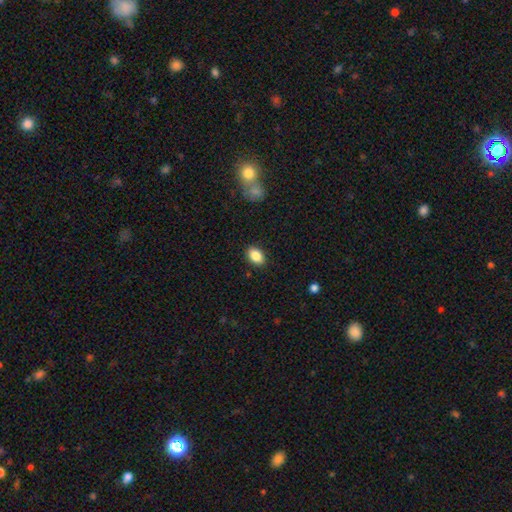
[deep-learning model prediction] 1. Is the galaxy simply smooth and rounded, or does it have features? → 86% smooth, 8% star or artifact, 5% featured or disk.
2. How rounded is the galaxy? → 84% in between, 14% round, 2% cigar-shaped.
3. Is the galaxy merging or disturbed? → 88% none, 9% minor disturbance, 2% major disturbance, 1% merger.